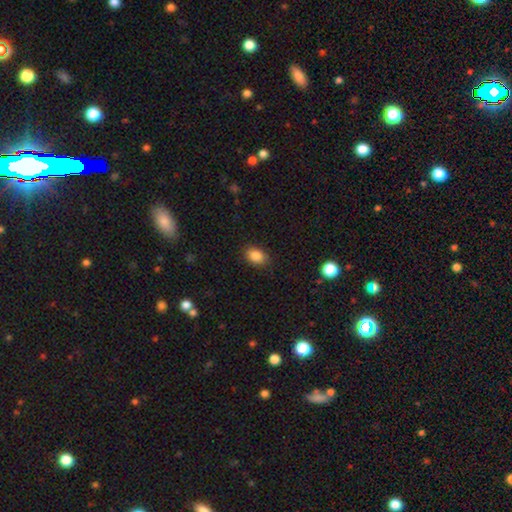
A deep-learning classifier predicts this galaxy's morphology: Smooth or featured?
  - smooth: 86% *
  - star or artifact: 9%
  - featured or disk: 5%
How rounded?
  - in between: 76% *
  - round: 23%
  - cigar-shaped: 1%
Merging?
  - none: 86% *
  - minor disturbance: 10%
  - major disturbance: 2%
  - merger: 1%